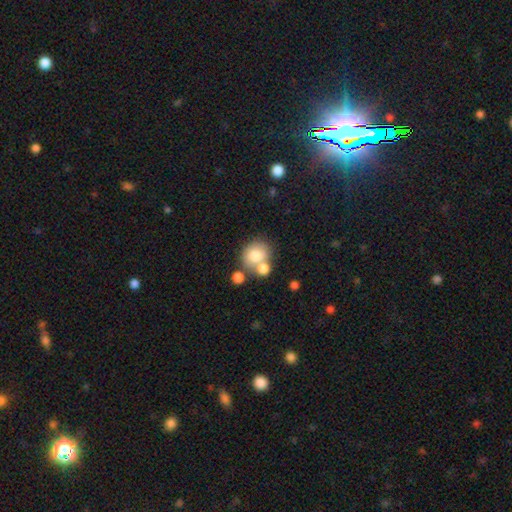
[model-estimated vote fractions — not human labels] This is likely a smooth galaxy (78%). How rounded: likely round (70%). Merging: possibly none (48%).